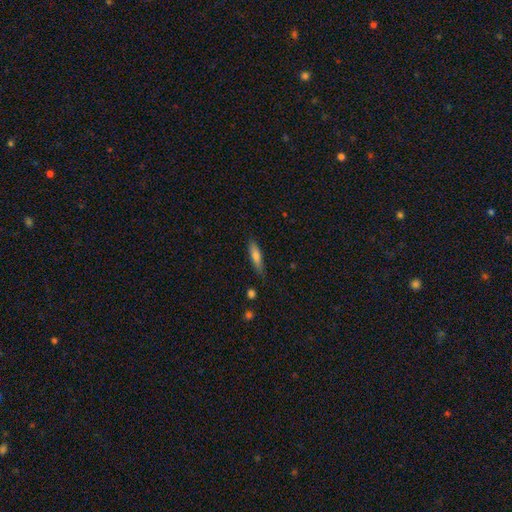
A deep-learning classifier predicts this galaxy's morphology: smooth-or-featured: smooth: 69% | featured or disk: 24% | star or artifact: 7%
  how-rounded: cigar-shaped: 75% | in between: 23% | round: 2%
  merging: none: 81% | minor disturbance: 15% | major disturbance: 3% | merger: 2%